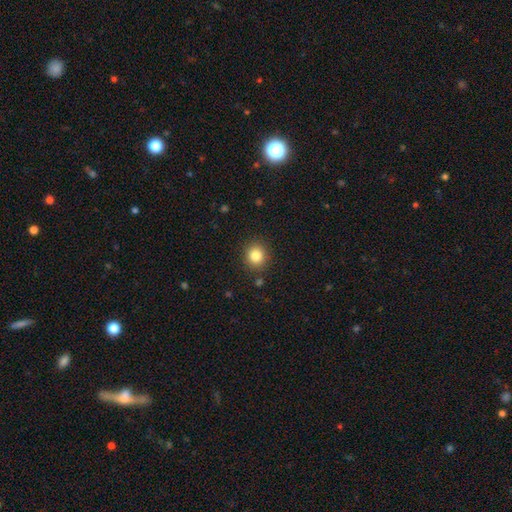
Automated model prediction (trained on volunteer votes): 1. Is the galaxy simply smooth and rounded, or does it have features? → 83% smooth, 11% star or artifact, 6% featured or disk.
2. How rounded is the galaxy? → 86% round, 13% in between, 1% cigar-shaped.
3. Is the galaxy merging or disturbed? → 88% none, 7% minor disturbance, 3% major disturbance, 2% merger.